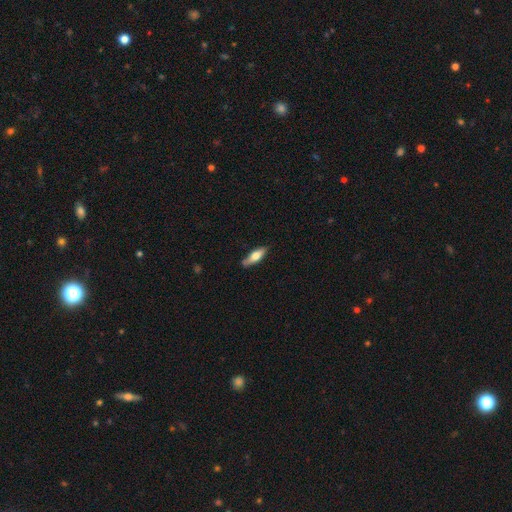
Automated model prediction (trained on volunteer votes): A smooth galaxy with no disk features (59%) that is in between round and cigar-shaped (49%, tied with cigar-shaped). Merging: none (81%).